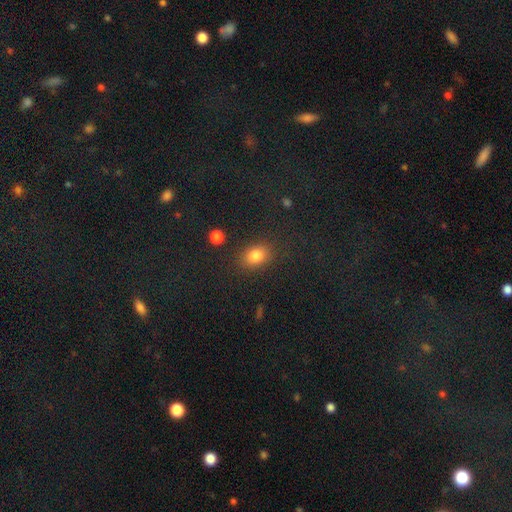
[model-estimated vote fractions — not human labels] Smooth or featured?
  - smooth: 81% *
  - star or artifact: 12%
  - featured or disk: 7%
How rounded?
  - in between: 63% *
  - round: 36%
  - cigar-shaped: 2%
Merging?
  - none: 82% *
  - minor disturbance: 11%
  - major disturbance: 4%
  - merger: 3%